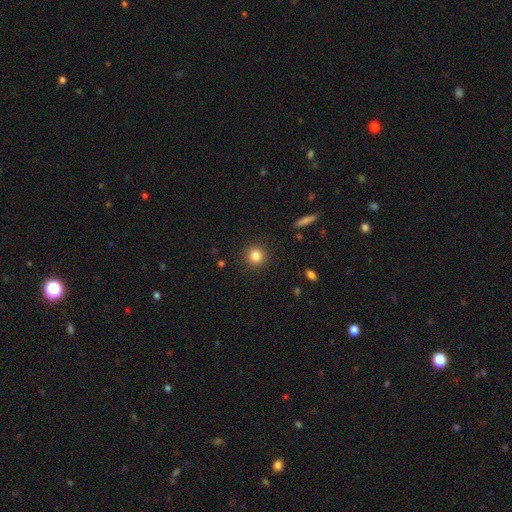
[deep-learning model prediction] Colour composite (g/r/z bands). It shows a smooth galaxy with no disk features (83%) that is round (92%). Merging: none (91%).